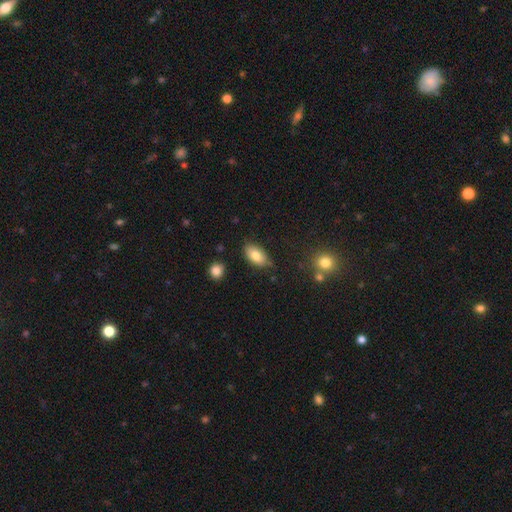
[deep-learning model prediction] Morphology: type=smooth (81%); roundness=in between (93%); merging=none (79%).